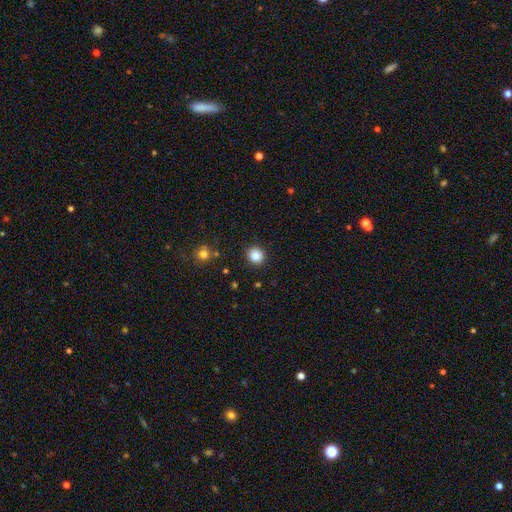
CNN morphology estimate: Smooth or featured? Predicted: smooth (p=0.85). How rounded? Predicted: round (p=0.89). Merging? Predicted: none (p=0.91).